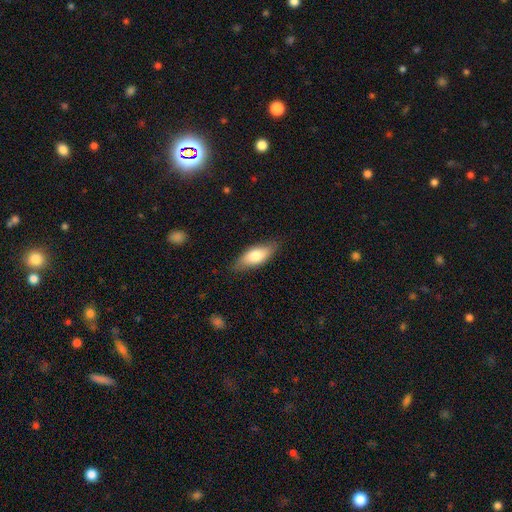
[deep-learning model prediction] smooth 74%, featured or disk 20%, star or artifact 6%. Down the decision tree: how rounded — in between (77%); merging — none (79%).